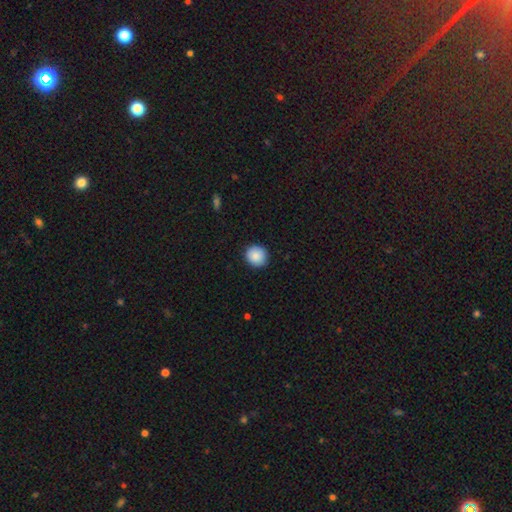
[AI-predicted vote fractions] smooth 89%, star or artifact 7%, featured or disk 4%. Down the decision tree: how rounded — round (91%); merging — none (91%).